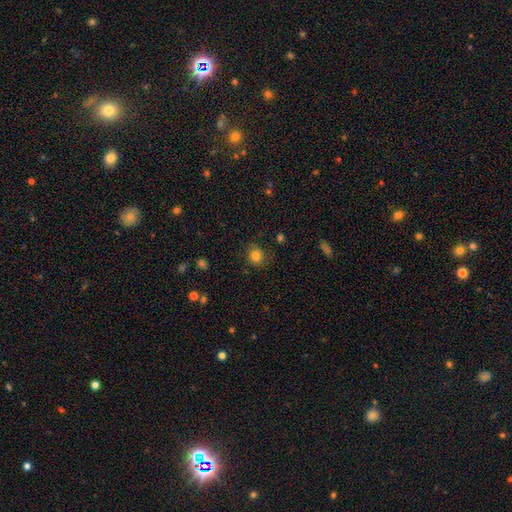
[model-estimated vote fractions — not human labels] A smooth galaxy with no disk features (82%) that is round (76%). Merging: none (82%).